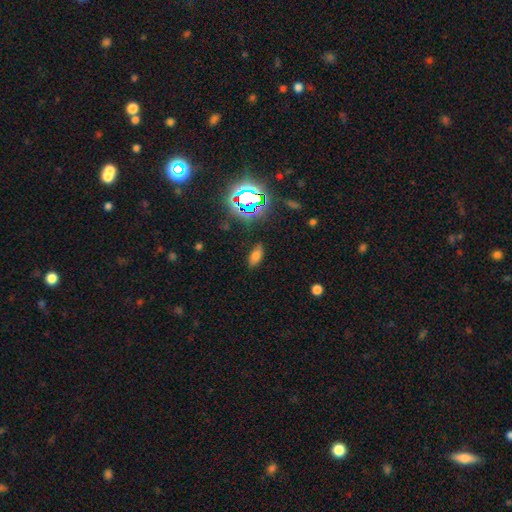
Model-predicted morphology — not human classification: The model was most divided on "smooth or featured": smooth: 67%, star or artifact: 23%, featured or disk: 10%. More confident: how rounded — in between (87%); merging — none (83%).